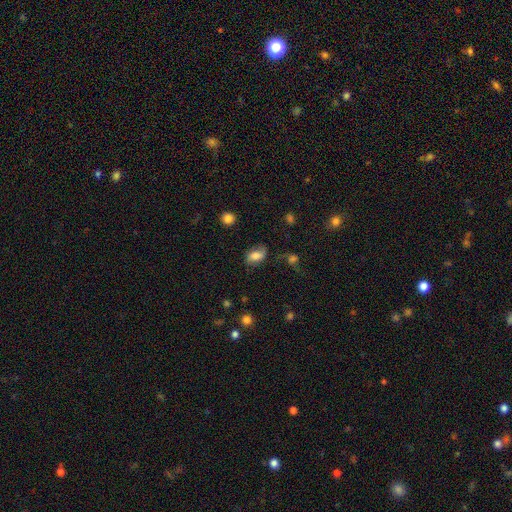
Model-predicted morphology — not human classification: Smooth or featured?
  - smooth: 63% *
  - featured or disk: 27%
  - star or artifact: 10%
How rounded?
  - in between: 85% *
  - round: 13%
  - cigar-shaped: 2%
Merging?
  - none: 62% *
  - minor disturbance: 23%
  - major disturbance: 12%
  - merger: 3%